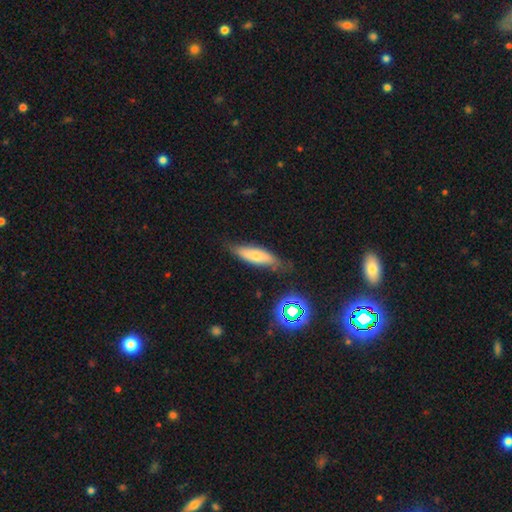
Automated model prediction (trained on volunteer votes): This appears to be a smooth galaxy with no disk features (63%) that is cigar-shaped (50%). Merging: none (68%).